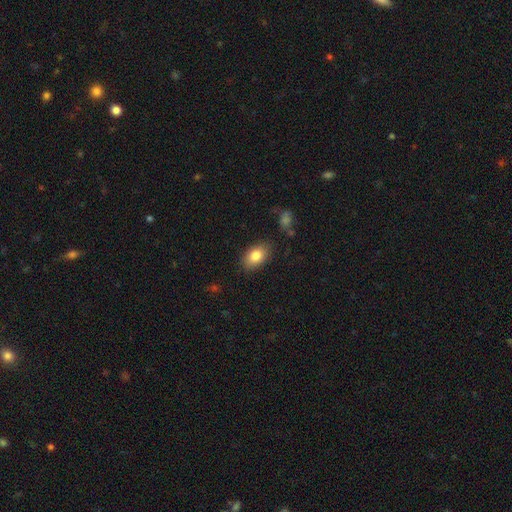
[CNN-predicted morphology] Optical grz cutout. It shows a smooth galaxy with no disk features (84%) that is in between round and cigar-shaped (90%). Merging: none (84%).